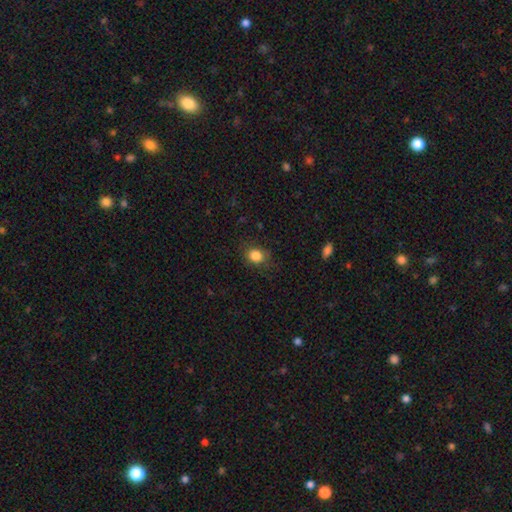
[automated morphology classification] Q: Smooth or featured?
A: smooth (85%); runner-up: star or artifact (10%)
Q: How rounded?
A: round (55%); runner-up: in between (44%)
Q: Merging?
A: none (79%); runner-up: minor disturbance (15%)